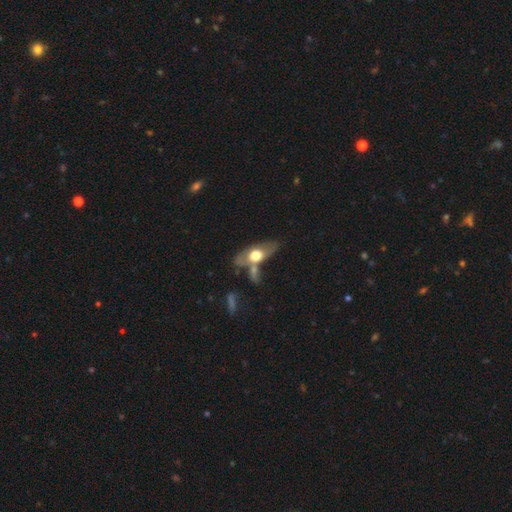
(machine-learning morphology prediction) A smooth galaxy with no disk features (48%).

Vote fractions:
- Smooth or featured? smooth: 48% / featured or disk: 45% / star or artifact: 7%
- Merging? none: 51% / merger: 24% / minor disturbance: 17% / major disturbance: 8%